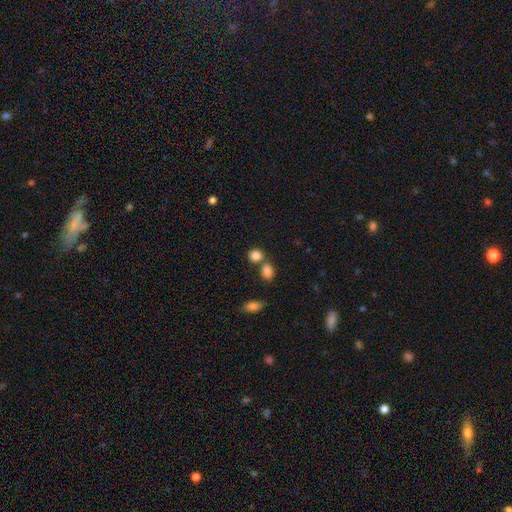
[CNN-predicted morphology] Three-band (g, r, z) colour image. It shows a smooth galaxy with no disk features (84%) that is round (72%). Merging: none (55%).